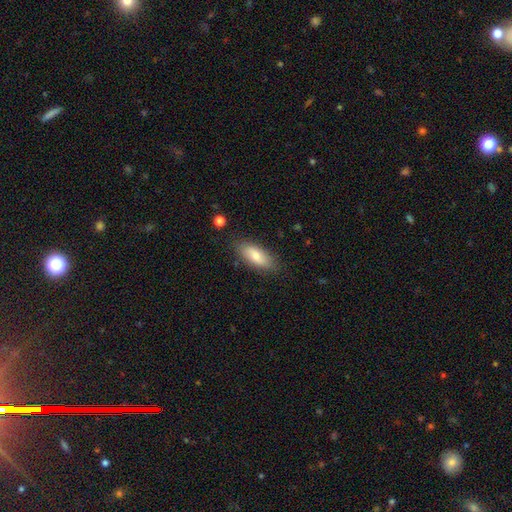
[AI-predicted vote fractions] Overall: smooth (77%). How rounded: in between (78%). Merging: none (83%).